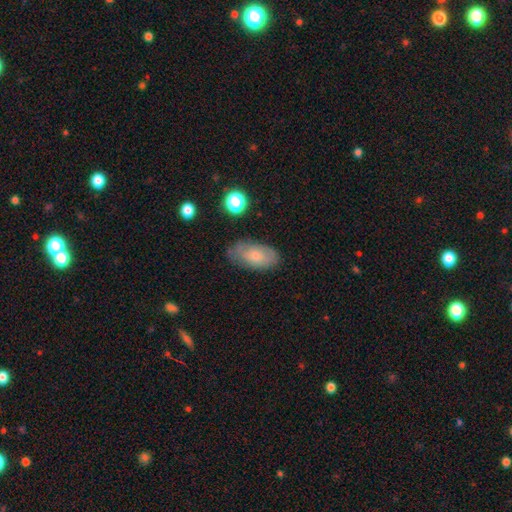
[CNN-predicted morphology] Smooth or featured?
  - smooth: 70% *
  - featured or disk: 22%
  - star or artifact: 8%
How rounded?
  - in between: 92% *
  - round: 4%
  - cigar-shaped: 3%
Merging?
  - none: 72% *
  - minor disturbance: 21%
  - major disturbance: 5%
  - merger: 2%